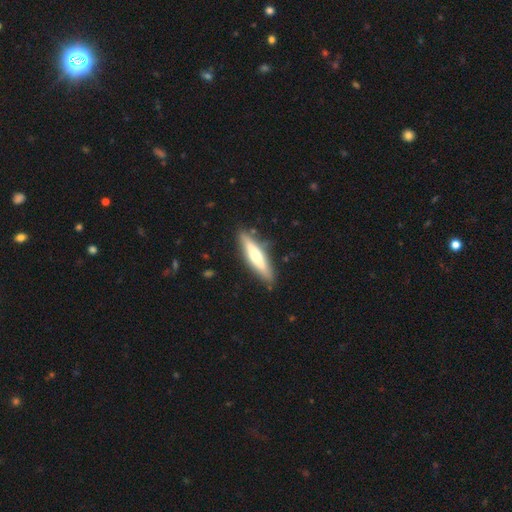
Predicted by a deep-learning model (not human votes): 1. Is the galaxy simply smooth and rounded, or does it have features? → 48% featured or disk, 47% smooth, 5% star or artifact.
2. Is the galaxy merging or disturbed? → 84% none, 11% minor disturbance, 2% major disturbance, 2% merger.